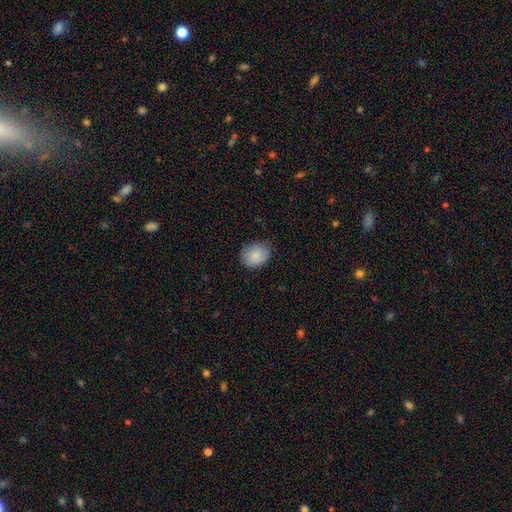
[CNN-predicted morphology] Smooth or featured? Predicted: smooth (p=0.85). How rounded? Predicted: in between (p=0.53). Merging? Predicted: none (p=0.75).